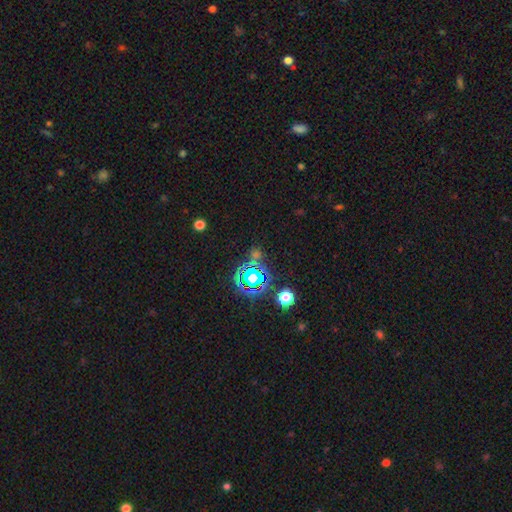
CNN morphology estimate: A star or artifact, not a galaxy (71%).